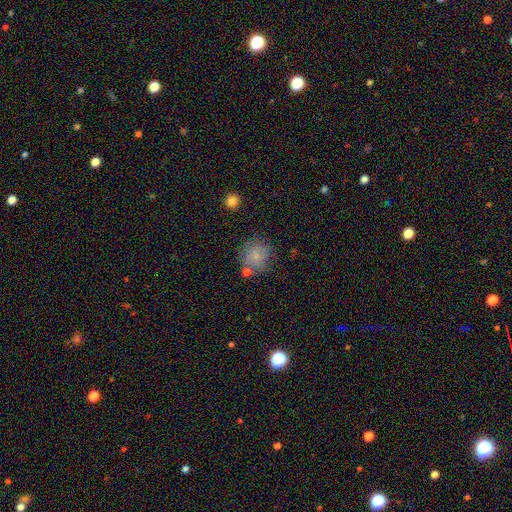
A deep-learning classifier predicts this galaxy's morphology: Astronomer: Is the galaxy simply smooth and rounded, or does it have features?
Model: smooth — 71%.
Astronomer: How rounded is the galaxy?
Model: round — 86%.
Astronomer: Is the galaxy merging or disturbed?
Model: none — 65%.